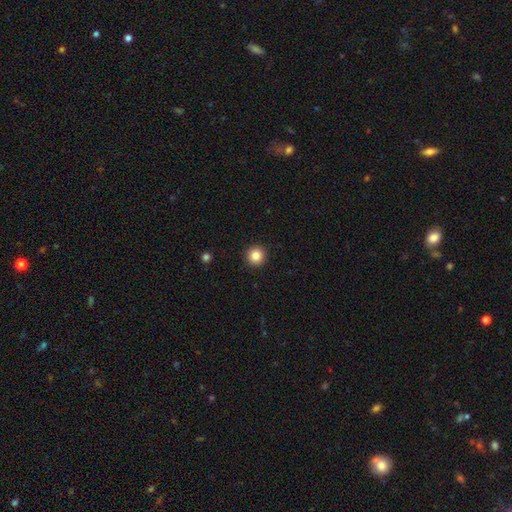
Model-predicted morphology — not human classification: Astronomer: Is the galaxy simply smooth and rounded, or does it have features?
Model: smooth — 84%.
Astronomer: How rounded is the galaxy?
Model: round — 95%.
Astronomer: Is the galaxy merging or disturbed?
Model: none — 93%.